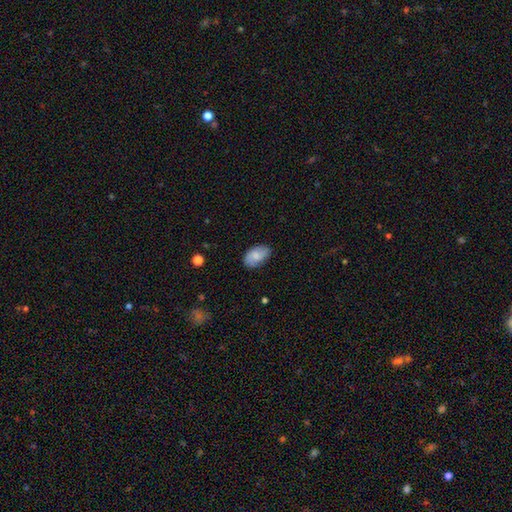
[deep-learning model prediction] Smooth or featured? smooth (71%)
How rounded? in between (92%)
Merging? none (74%)